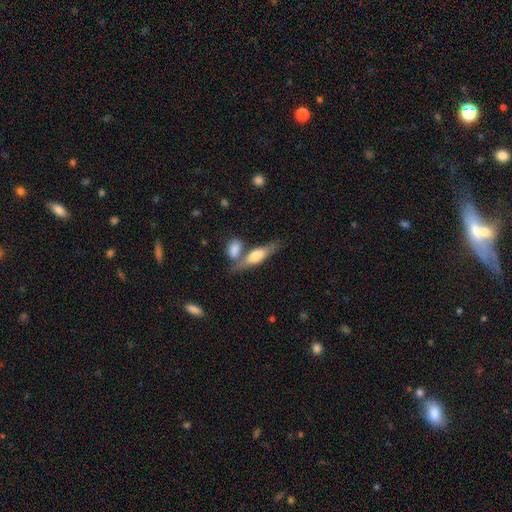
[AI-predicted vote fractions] Smooth or featured?
  - smooth: 57% *
  - featured or disk: 37%
  - star or artifact: 6%
How rounded?
  - cigar-shaped: 51% *
  - in between: 46%
  - round: 3%
Merging?
  - none: 50% *
  - merger: 34%
  - minor disturbance: 12%
  - major disturbance: 4%